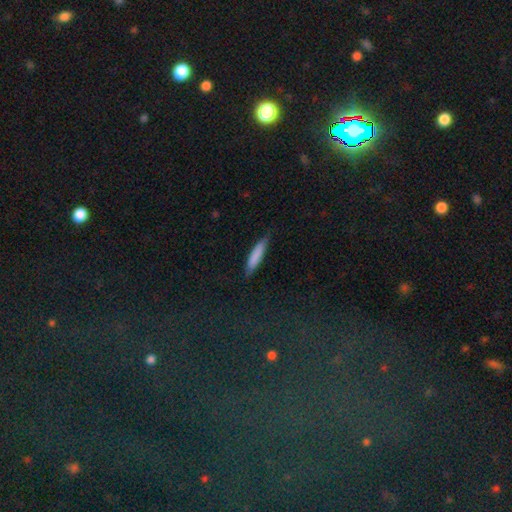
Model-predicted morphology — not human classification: type=smooth (82%); roundness=cigar-shaped (84%); merging=none (79%).